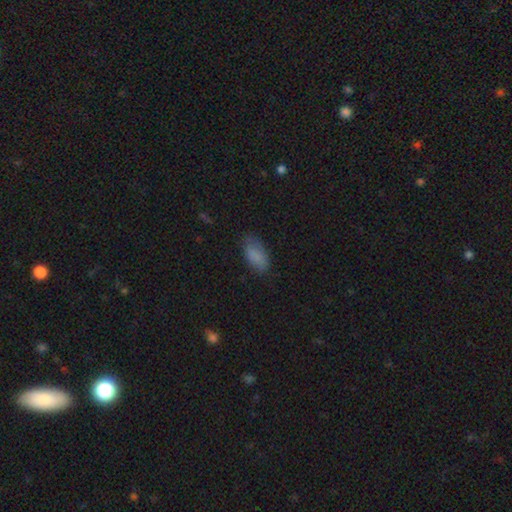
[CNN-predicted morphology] Q: Smooth or featured?
A: smooth (84%); runner-up: star or artifact (8%)
Q: How rounded?
A: in between (92%); runner-up: cigar-shaped (5%)
Q: Merging?
A: none (72%); runner-up: minor disturbance (21%)